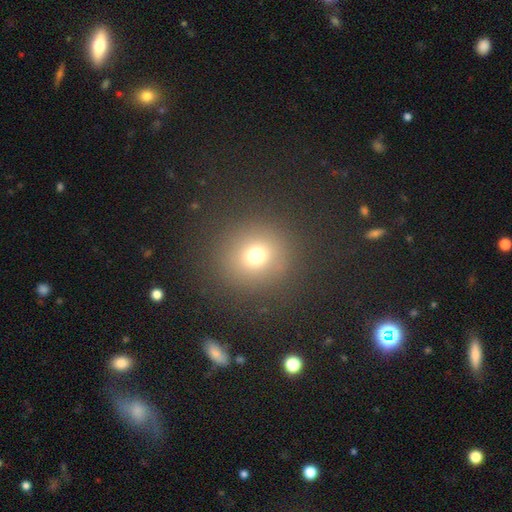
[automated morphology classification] smooth-or-featured: smooth: 71% | star or artifact: 19% | featured or disk: 10%
  how-rounded: round: 91% | in between: 8% | cigar-shaped: 1%
  merging: none: 88% | minor disturbance: 6% | major disturbance: 4% | merger: 1%